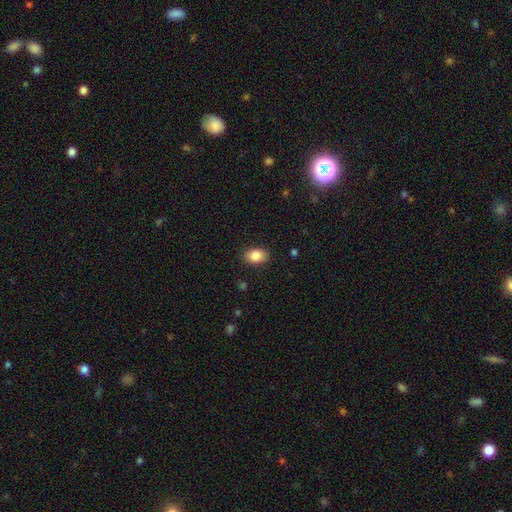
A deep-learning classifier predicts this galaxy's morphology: Q: Smooth or featured?
A: smooth (86%); runner-up: star or artifact (8%)
Q: How rounded?
A: in between (80%); runner-up: round (19%)
Q: Merging?
A: none (87%); runner-up: minor disturbance (10%)